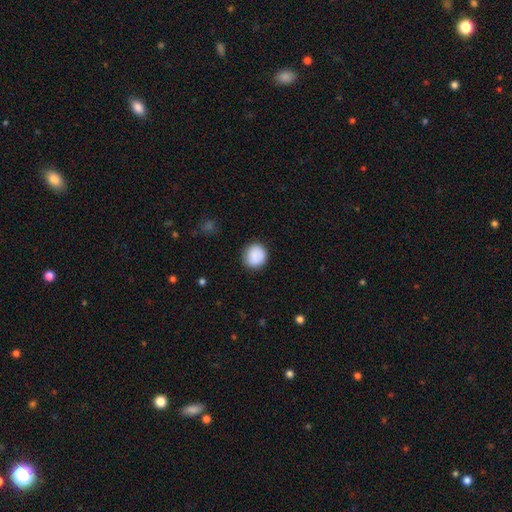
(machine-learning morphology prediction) This is clearly a smooth galaxy (89%). How rounded: clearly round (89%). Merging: clearly none (88%).